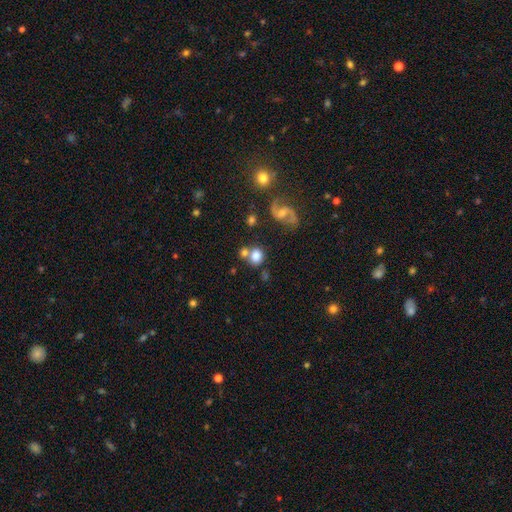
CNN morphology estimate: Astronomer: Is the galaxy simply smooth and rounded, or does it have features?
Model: smooth — 74%.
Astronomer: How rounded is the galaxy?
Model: round — 71%.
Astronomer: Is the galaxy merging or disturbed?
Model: none — 57%.